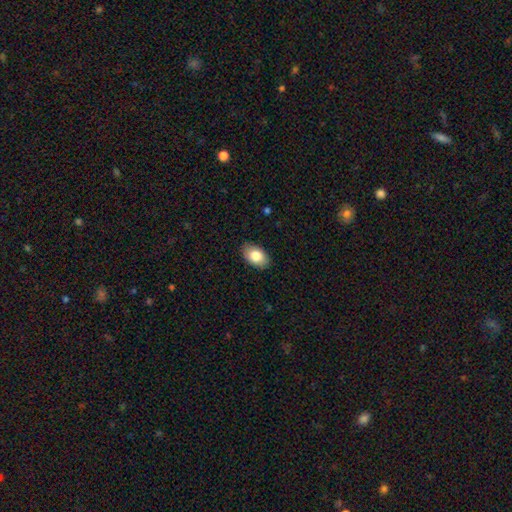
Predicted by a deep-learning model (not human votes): Smooth or featured? smooth (83%)
How rounded? in between (90%)
Merging? none (87%)